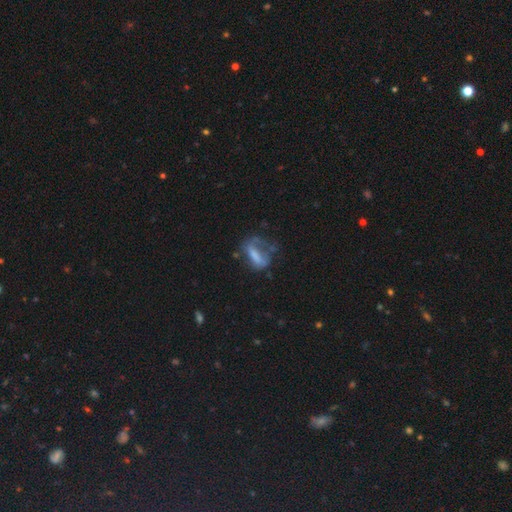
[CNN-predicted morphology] The model was most divided on "smooth or featured" (2-way tie): featured or disk: 44%, smooth: 44%, star or artifact: 11%. Remaining: merging — major disturbance (41%).